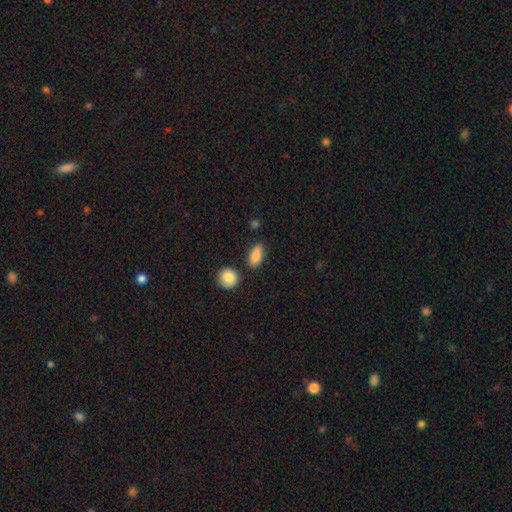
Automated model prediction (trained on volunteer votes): Smooth or featured?
  - smooth: 85% *
  - featured or disk: 8%
  - star or artifact: 7%
How rounded?
  - in between: 81% *
  - cigar-shaped: 13%
  - round: 6%
Merging?
  - none: 80% *
  - minor disturbance: 13%
  - merger: 4%
  - major disturbance: 3%